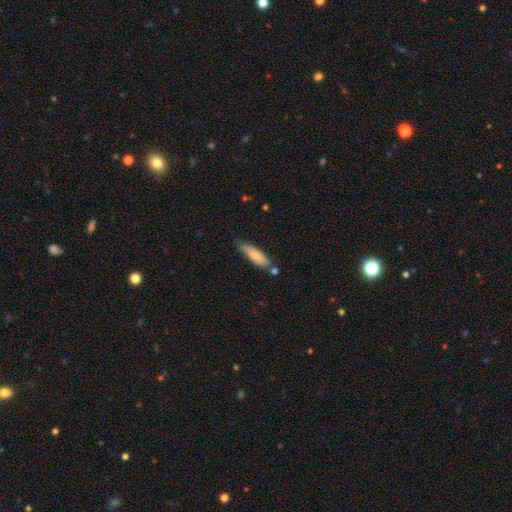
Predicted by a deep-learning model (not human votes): Smooth or featured?
  - smooth: 76% *
  - featured or disk: 18%
  - star or artifact: 6%
How rounded?
  - cigar-shaped: 63% *
  - in between: 36%
  - round: 2%
Merging?
  - none: 63% *
  - minor disturbance: 22%
  - merger: 11%
  - major disturbance: 4%